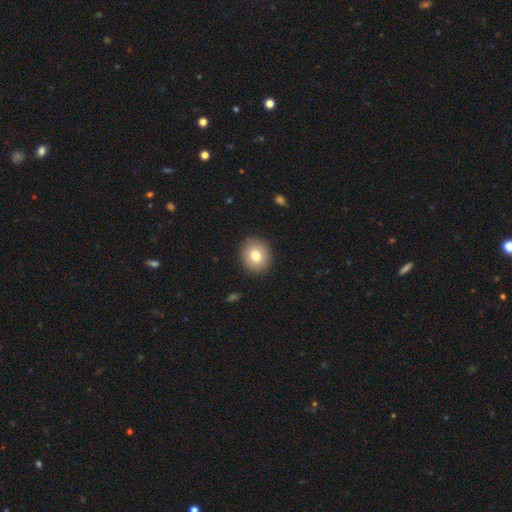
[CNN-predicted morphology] This is likely a smooth galaxy (78%). How rounded: clearly round (82%). Merging: clearly none (91%).